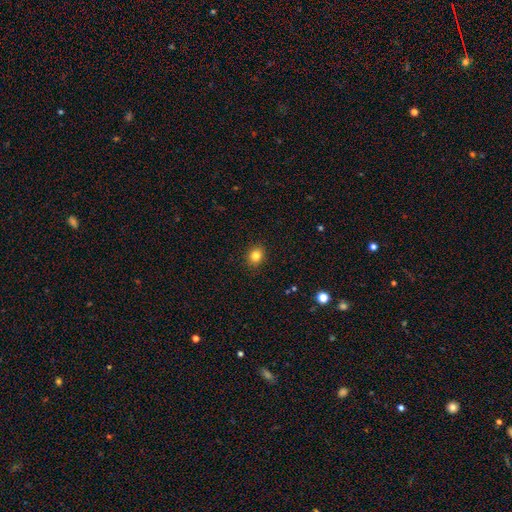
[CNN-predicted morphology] Smooth or featured?
  - smooth: 83% *
  - star or artifact: 11%
  - featured or disk: 6%
How rounded?
  - round: 62% *
  - in between: 37%
  - cigar-shaped: 1%
Merging?
  - none: 90% *
  - minor disturbance: 7%
  - major disturbance: 2%
  - merger: 1%